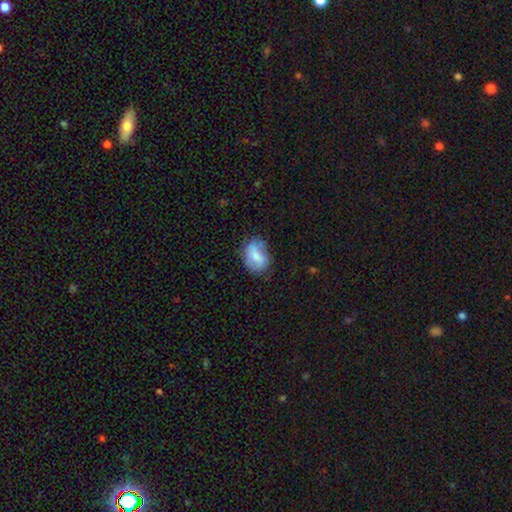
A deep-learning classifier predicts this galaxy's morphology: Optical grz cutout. It shows a smooth galaxy with no disk features (69%) that is in between round and cigar-shaped (75%). Merging: none (59%).